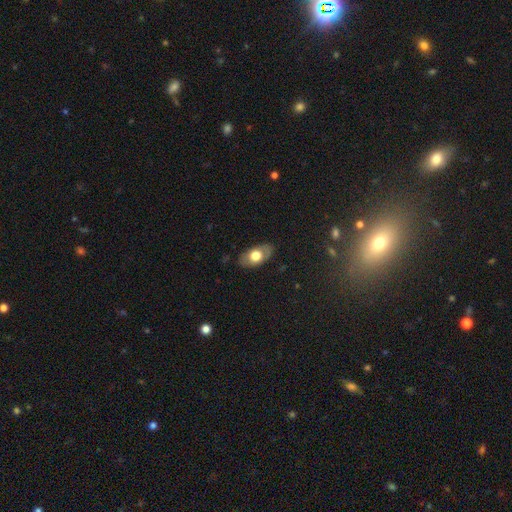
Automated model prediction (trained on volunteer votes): This appears to be a smooth galaxy with no disk features (63%) that is in between round and cigar-shaped (91%). Merging: none (83%).